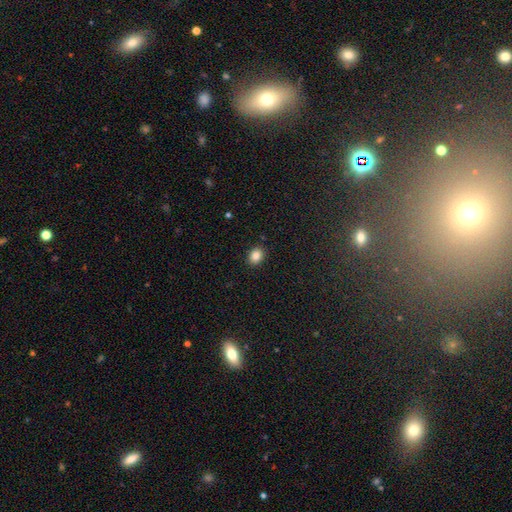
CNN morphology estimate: Q: Smooth or featured?
A: smooth (86%); runner-up: star or artifact (10%)
Q: How rounded?
A: round (50%); runner-up: in between (49%)
Q: Merging?
A: none (90%); runner-up: minor disturbance (7%)